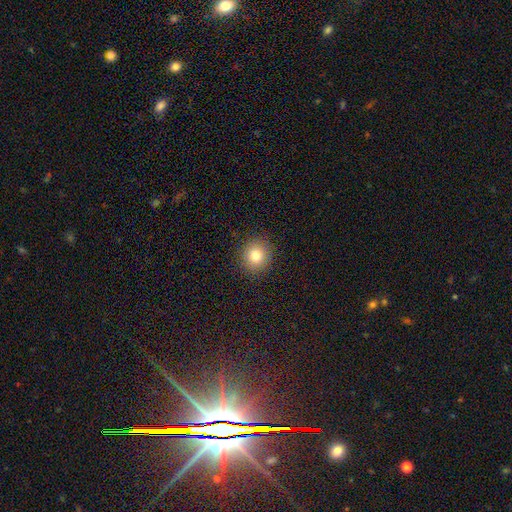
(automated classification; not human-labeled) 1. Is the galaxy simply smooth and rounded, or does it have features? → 81% smooth, 12% star or artifact, 7% featured or disk.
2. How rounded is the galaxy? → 87% round, 12% in between, 1% cigar-shaped.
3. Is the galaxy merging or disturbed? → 91% none, 6% minor disturbance, 2% major disturbance, 1% merger.